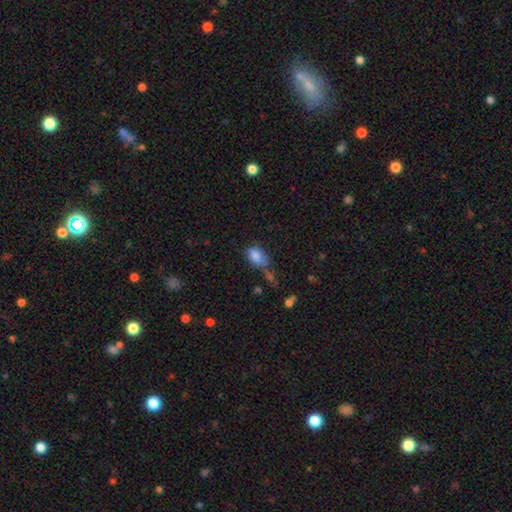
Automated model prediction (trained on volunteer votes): Overall: smooth (79%). How rounded: in between (85%). Merging: none (40%; minor disturbance 27%).